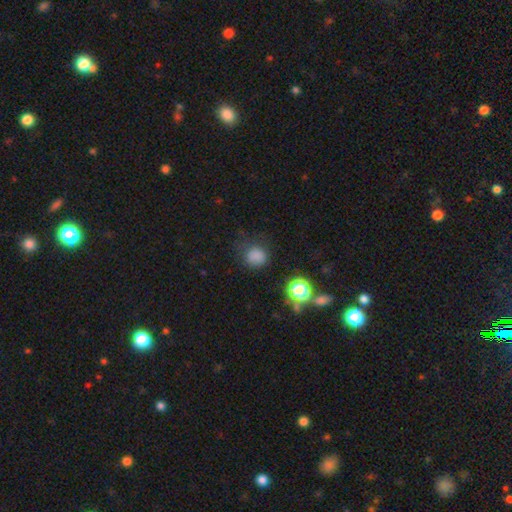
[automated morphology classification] The model was most divided on "merging": none: 70%, minor disturbance: 18%, major disturbance: 9%, merger: 3%. More confident: how rounded — round (81%); smooth or featured — smooth (76%).